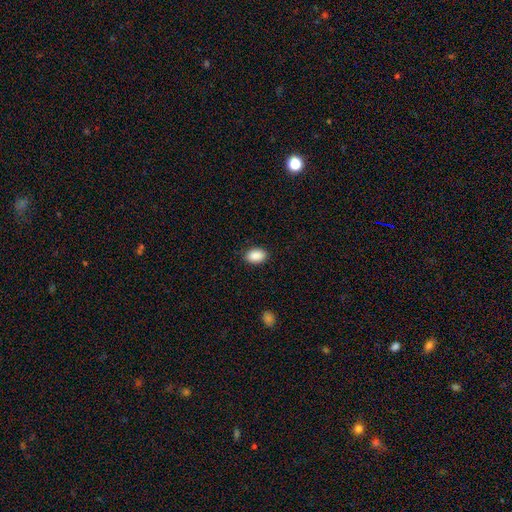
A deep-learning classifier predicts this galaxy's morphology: type=smooth (90%); roundness=in between (87%); merging=none (88%).